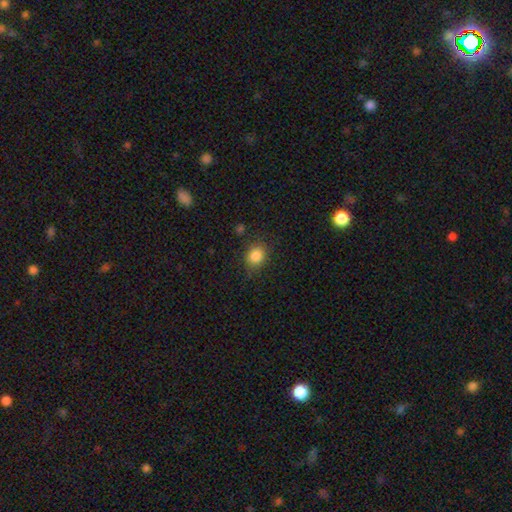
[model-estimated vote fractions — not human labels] Smooth or featured?
  - smooth: 85% *
  - star or artifact: 10%
  - featured or disk: 5%
How rounded?
  - round: 61% *
  - in between: 38%
  - cigar-shaped: 1%
Merging?
  - none: 77% *
  - minor disturbance: 16%
  - major disturbance: 5%
  - merger: 2%